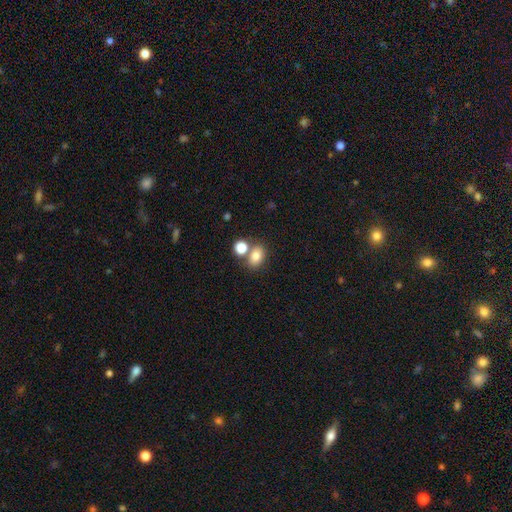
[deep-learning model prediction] smooth 80%, star or artifact 12%, featured or disk 9%. Down the decision tree: how rounded — in between (63%); merging — none (56%).